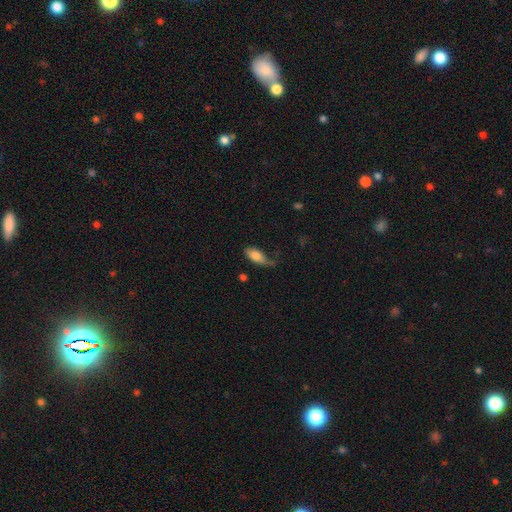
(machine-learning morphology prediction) A smooth galaxy with no disk features (77%) that is in between round and cigar-shaped (83%). Merging: none (39%).